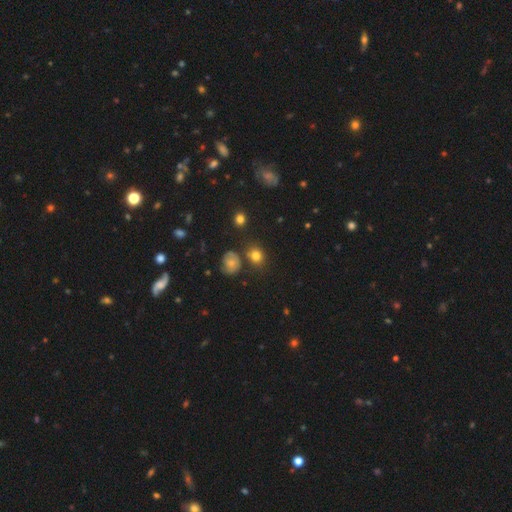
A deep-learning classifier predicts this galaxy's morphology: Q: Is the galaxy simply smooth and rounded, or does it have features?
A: smooth — 78%.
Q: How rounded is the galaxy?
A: round — 71%.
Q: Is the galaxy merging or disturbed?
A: none — 74%.